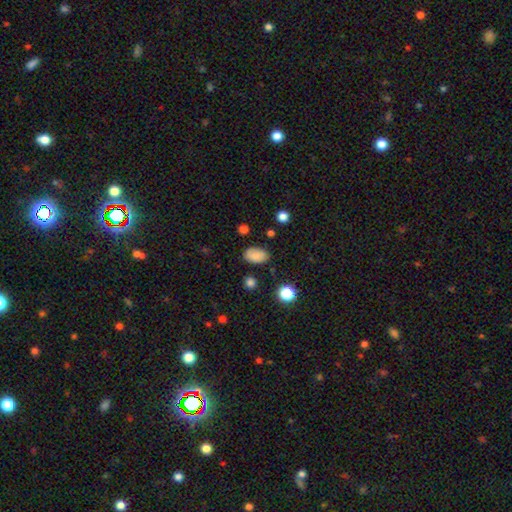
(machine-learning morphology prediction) A smooth galaxy with no disk features (83%) that is in between round and cigar-shaped (90%). Merging: none (79%).